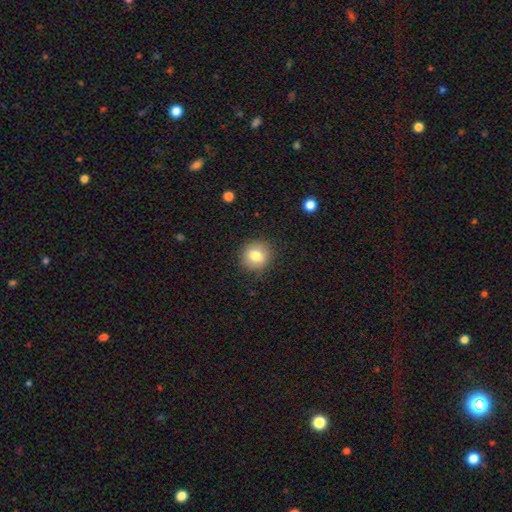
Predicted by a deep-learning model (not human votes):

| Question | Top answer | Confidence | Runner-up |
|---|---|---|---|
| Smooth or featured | smooth | 80% | featured or disk (10%) |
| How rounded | round | 88% | in between (11%) |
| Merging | none | 88% | minor disturbance (8%) |